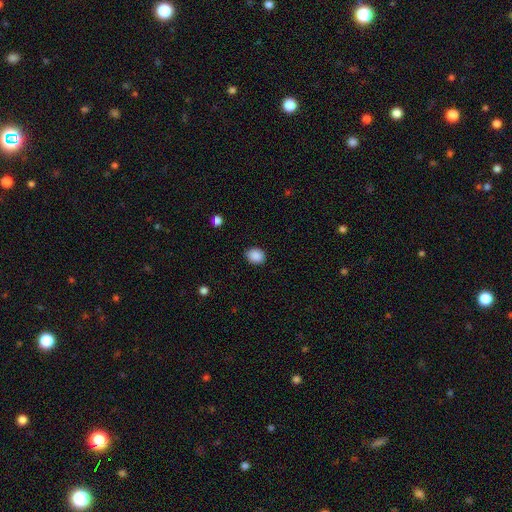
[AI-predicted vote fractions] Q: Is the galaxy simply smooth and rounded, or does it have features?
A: smooth — 88%.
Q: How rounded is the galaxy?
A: round — 50%.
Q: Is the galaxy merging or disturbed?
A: none — 85%.